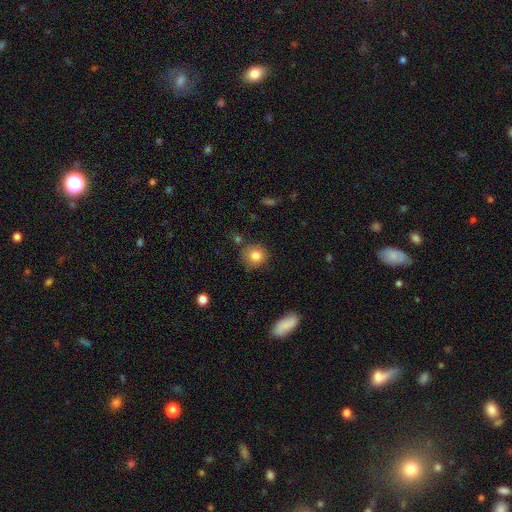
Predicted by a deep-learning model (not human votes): This is clearly a smooth galaxy (82%). How rounded: clearly round (88%). Merging: likely none (78%).